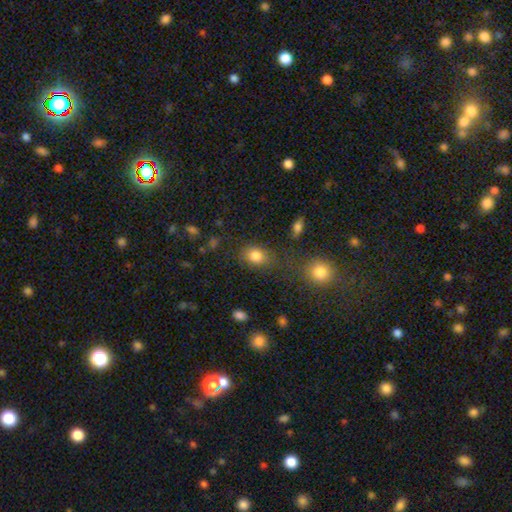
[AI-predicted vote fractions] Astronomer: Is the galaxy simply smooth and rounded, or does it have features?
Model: smooth — 82%.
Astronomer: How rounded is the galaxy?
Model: in between — 55% (runner-up: round, 43%).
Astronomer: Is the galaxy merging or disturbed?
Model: none — 70%.